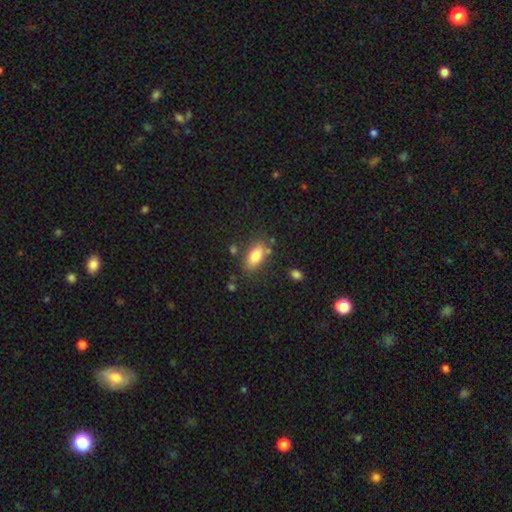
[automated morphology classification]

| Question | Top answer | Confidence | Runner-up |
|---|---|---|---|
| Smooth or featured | smooth | 79% | featured or disk (13%) |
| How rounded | in between | 87% | cigar-shaped (7%) |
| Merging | none | 75% | minor disturbance (15%) |